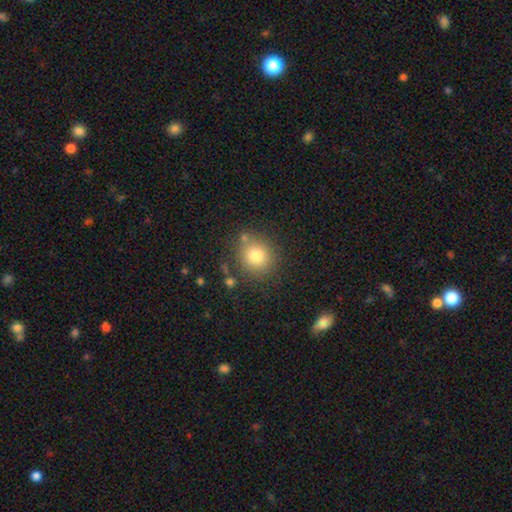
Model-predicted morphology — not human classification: type=smooth (79%); roundness=round (86%); merging=none (78%).